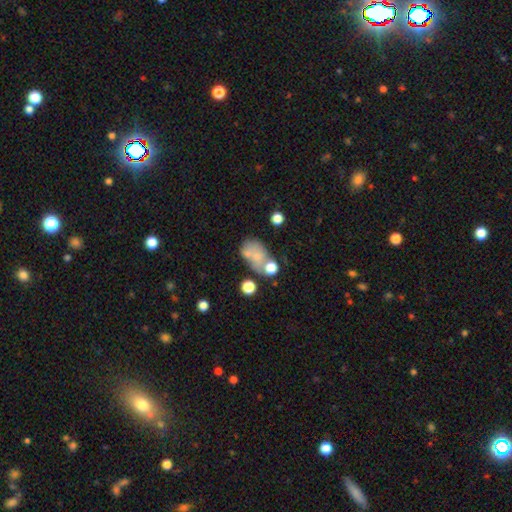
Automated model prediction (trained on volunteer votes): Smooth or featured: smooth — 61% (featured or disk — 25%)
How rounded: in between — 76% (round — 22%)
Merging: merger — 33% (tied with none — 33%)